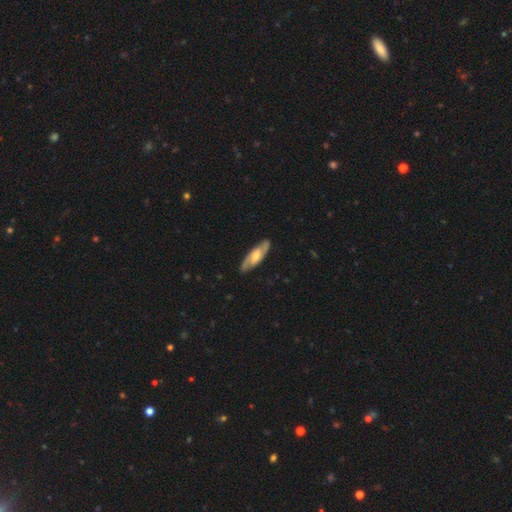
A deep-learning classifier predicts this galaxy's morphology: featured or disk 71%, smooth 24%, star or artifact 4%. Down the decision tree: edge-on disk — no (83%); bar — weak (43%); spiral arms — yes (88%); spiral arm count — 2 (85%); spiral winding — medium (46%); bulge size — moderate (57%); merging — none (86%).